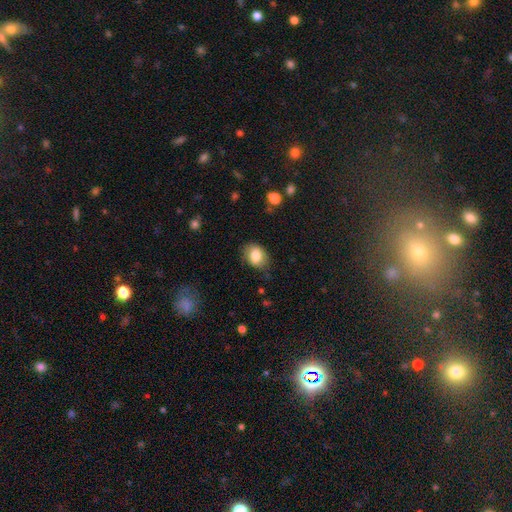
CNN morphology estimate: Q: Smooth or featured?
A: smooth (82%); runner-up: featured or disk (9%)
Q: How rounded?
A: in between (62%); runner-up: round (37%)
Q: Merging?
A: none (75%); runner-up: minor disturbance (19%)